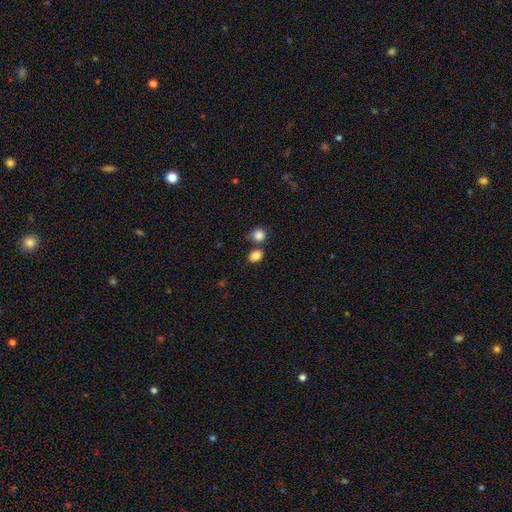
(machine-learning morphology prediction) A smooth galaxy with no disk features (85%) that is in between round and cigar-shaped (53%).

Vote fractions:
- Smooth or featured? smooth: 85% / star or artifact: 10% / featured or disk: 5%
- How rounded? in between: 53% / round: 46% / cigar-shaped: 1%
- Merging? none: 61% / merger: 24% / minor disturbance: 11% / major disturbance: 4%